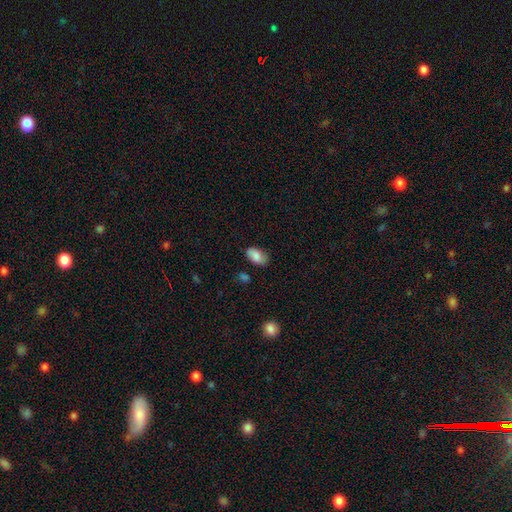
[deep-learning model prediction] This appears to be a smooth galaxy with no disk features (82%) that is in between round and cigar-shaped (92%). Merging: none (72%).